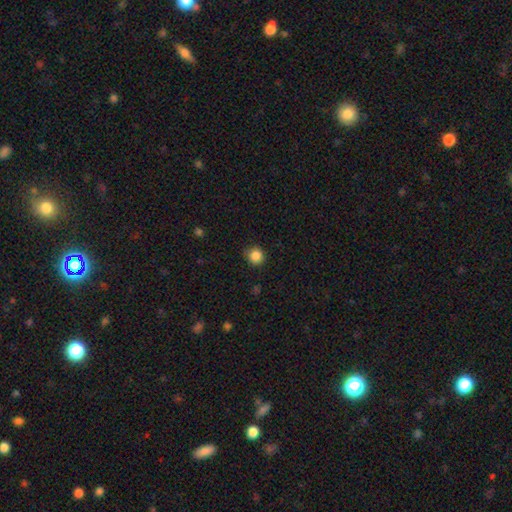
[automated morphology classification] Smooth or featured? Predicted: smooth (p=0.86). How rounded? Predicted: round (p=0.91). Merging? Predicted: none (p=0.86).